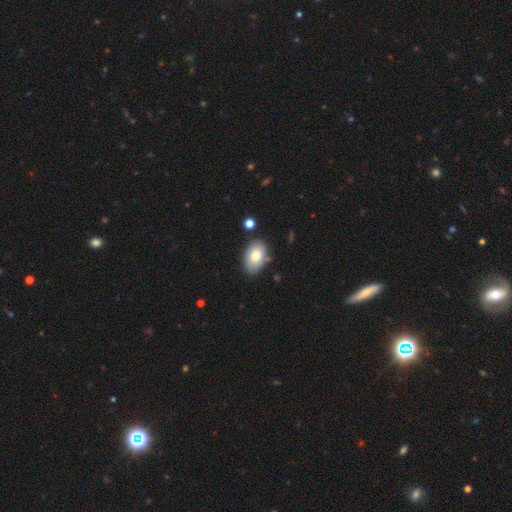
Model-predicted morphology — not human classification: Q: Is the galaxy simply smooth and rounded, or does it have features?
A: smooth — 78%.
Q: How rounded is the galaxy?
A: in between — 89%.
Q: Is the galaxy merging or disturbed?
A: none — 78%.